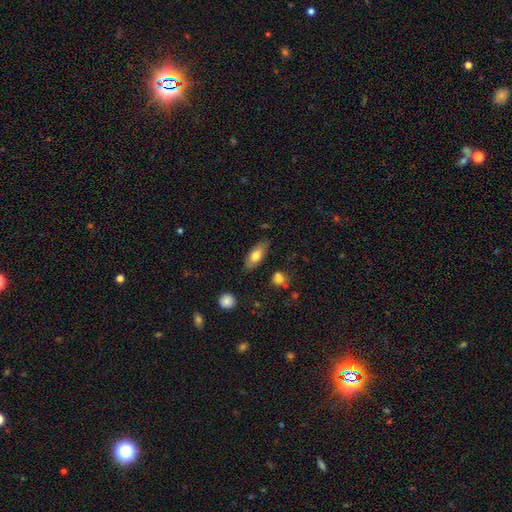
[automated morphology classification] Smooth or featured? Predicted: smooth (p=0.71). How rounded? Predicted: in between (p=0.81). Merging? Predicted: none (p=0.81).